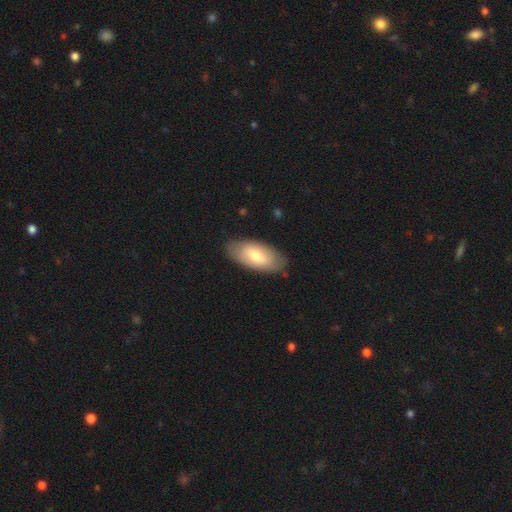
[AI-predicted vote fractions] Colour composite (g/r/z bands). It shows a smooth galaxy with no disk features (67%) that is in between round and cigar-shaped (91%). Merging: none (83%).